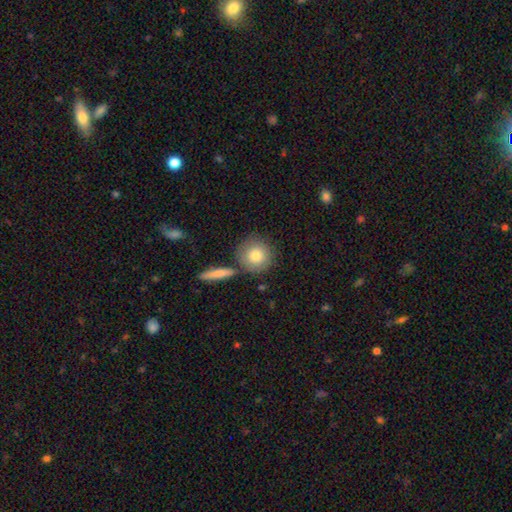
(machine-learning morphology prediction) A smooth galaxy with no disk features (80%) that is round (91%).

Vote fractions:
- Smooth or featured? smooth: 80% / featured or disk: 14% / star or artifact: 6%
- How rounded? round: 91% / in between: 8% / cigar-shaped: 1%
- Merging? none: 73% / merger: 13% / minor disturbance: 11% / major disturbance: 4%